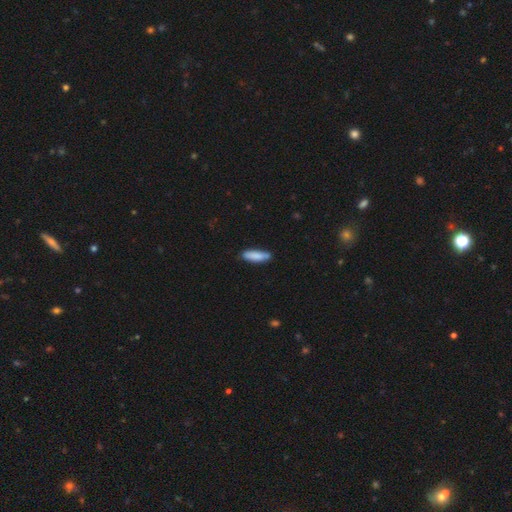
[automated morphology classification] smooth 84%, featured or disk 10%, star or artifact 6%. Down the decision tree: how rounded — cigar-shaped (60%); merging — none (79%).